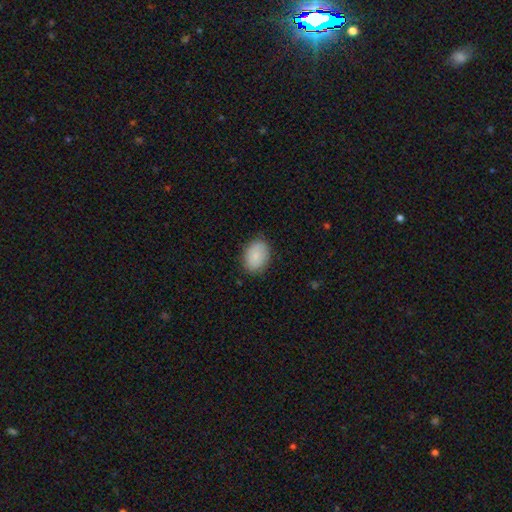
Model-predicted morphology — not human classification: Q: Smooth or featured?
A: smooth (85%); runner-up: featured or disk (8%)
Q: How rounded?
A: in between (76%); runner-up: round (22%)
Q: Merging?
A: none (84%); runner-up: minor disturbance (13%)